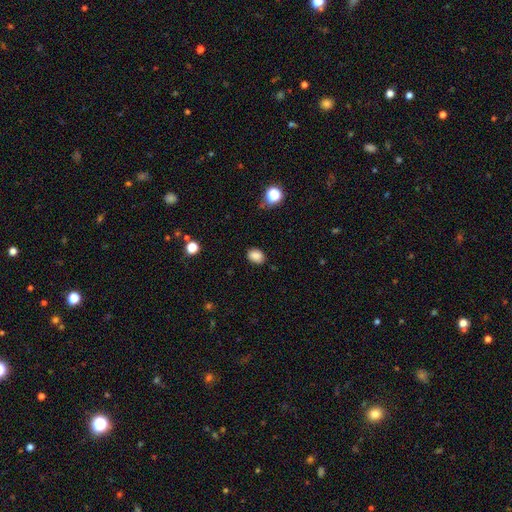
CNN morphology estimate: Smooth or featured: smooth — 86% (star or artifact — 10%)
How rounded: in between — 69% (round — 30%)
Merging: none — 84% (minor disturbance — 12%)